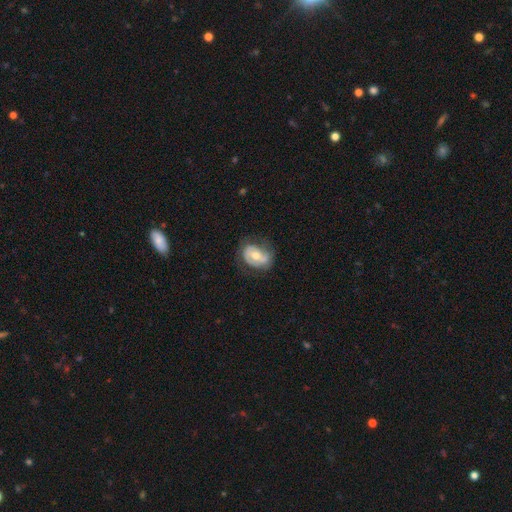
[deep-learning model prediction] Smooth or featured?
  - featured or disk: 64% *
  - smooth: 30%
  - star or artifact: 6%
Edge-on disk?
  - no: 96% *
  - yes: 4%
Bar?
  - no: 46% *
  - weak: 36%
  - strong: 19%
Spiral arms?
  - yes: 73% *
  - no: 27%
Bulge size?
  - moderate: 66% *
  - small: 29%
  - large: 4%
  - none: 1%
  - dominant: 1%
Merging?
  - none: 58% *
  - minor disturbance: 26%
  - major disturbance: 14%
  - merger: 2%